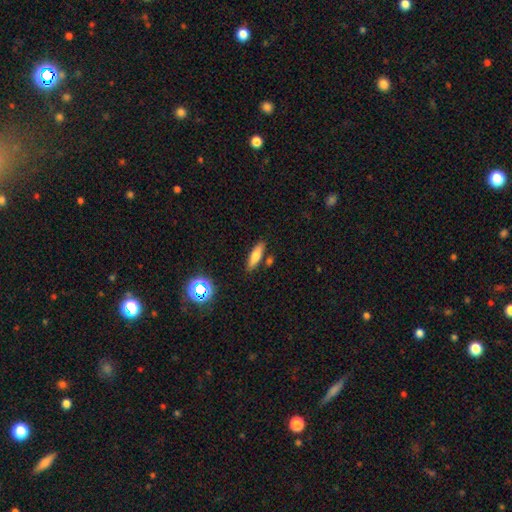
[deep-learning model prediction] This is likely a smooth galaxy (70%). How rounded: possibly cigar-shaped (57%). Merging: clearly none (81%).